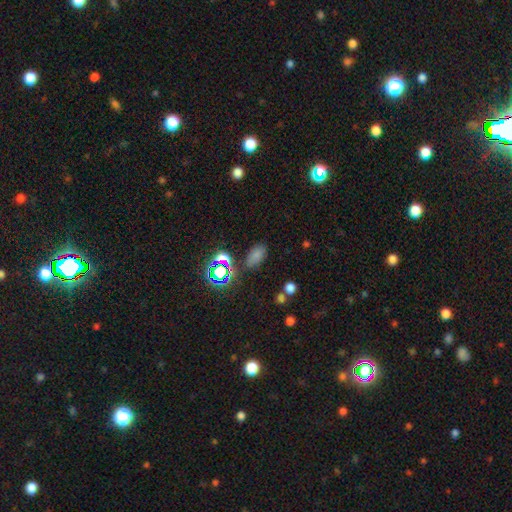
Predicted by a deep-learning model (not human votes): The model was most divided on "smooth or featured": smooth: 69%, star or artifact: 23%, featured or disk: 8%. More confident: how rounded — in between (89%); merging — none (76%).